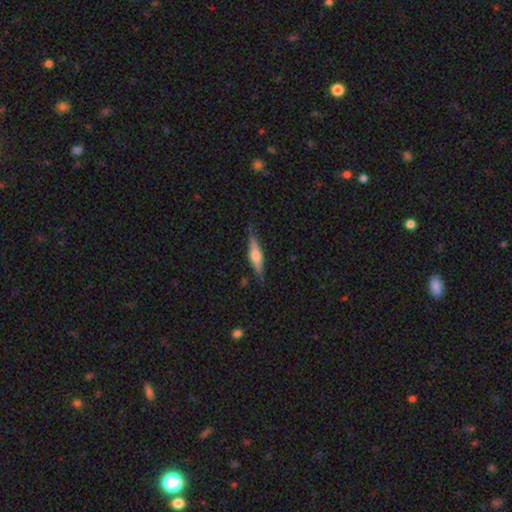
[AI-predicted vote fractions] Smooth or featured?
  - featured or disk: 64% *
  - smooth: 30%
  - star or artifact: 6%
Edge-on disk?
  - yes: 96% *
  - no: 4%
Edge-on bulge?
  - rounded: 90% *
  - boxy: 7%
  - none: 3%
Merging?
  - none: 85% *
  - minor disturbance: 11%
  - major disturbance: 2%
  - merger: 1%